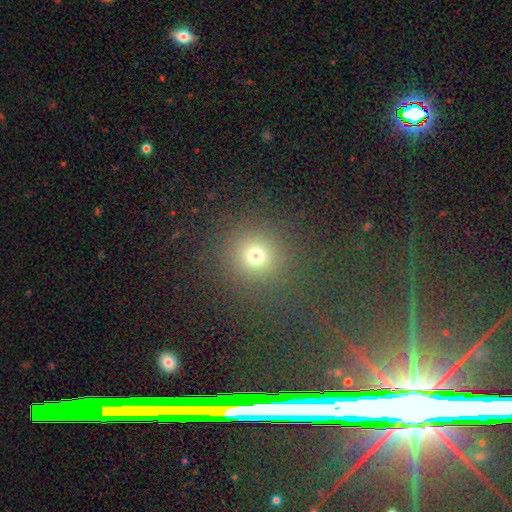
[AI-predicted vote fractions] The model was most divided on "smooth or featured": smooth: 72%, star or artifact: 21%, featured or disk: 7%. More confident: how rounded — round (91%); merging — none (84%).